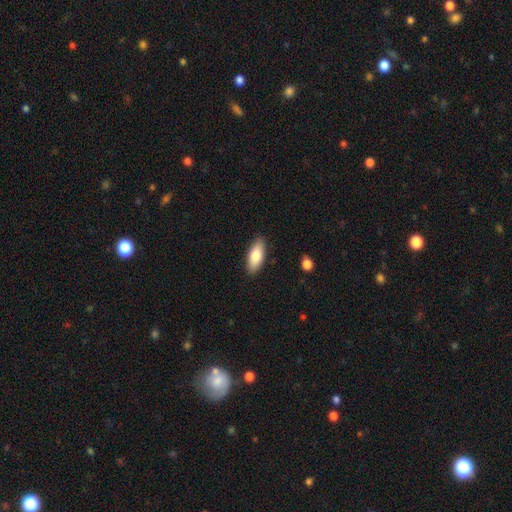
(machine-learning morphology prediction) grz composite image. It shows a smooth galaxy with no disk features (82%) that is in between round and cigar-shaped (79%). Merging: none (87%).